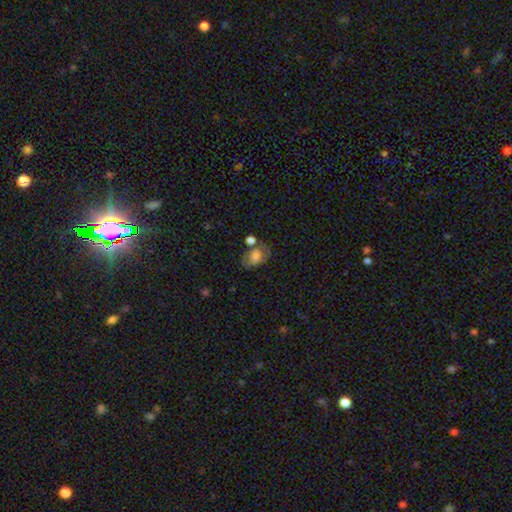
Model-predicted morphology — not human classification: smooth_or_featured: smooth (p=0.57) [alt: featured or disk p=0.33]
how_rounded: in between (p=0.83) [alt: round p=0.15]
merging: none (p=0.46) [alt: minor disturbance p=0.21]